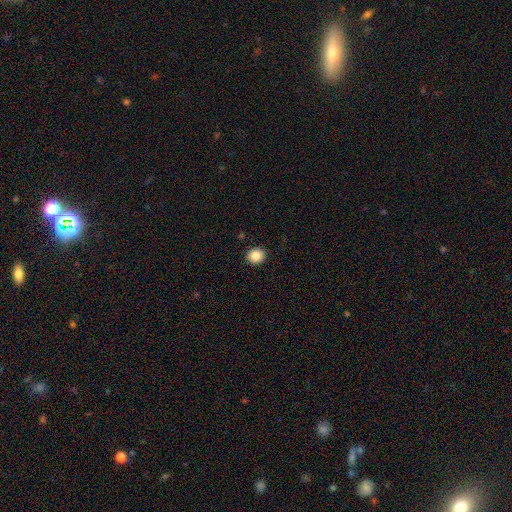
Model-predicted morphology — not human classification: Q: Smooth or featured?
A: smooth (87%); runner-up: star or artifact (9%)
Q: How rounded?
A: round (84%); runner-up: in between (15%)
Q: Merging?
A: none (92%); runner-up: minor disturbance (6%)